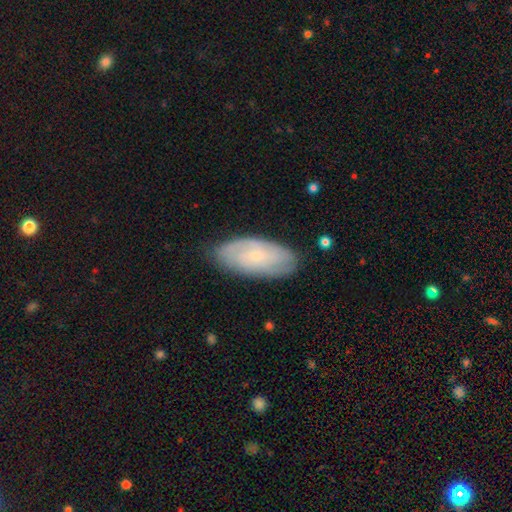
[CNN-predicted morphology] A featured or disk galaxy (56%) with no bar (71%), spiral arms (81%) and a small central bulge (78%).

Vote fractions:
- Smooth or featured? featured or disk: 56% / smooth: 37% / star or artifact: 6%
- Edge-on disk? no: 91% / yes: 9%
- Bar? no: 71% / weak: 25% / strong: 4%
- Spiral arms? yes: 81% / no: 19%
- Bulge size? small: 78% / moderate: 17% / none: 3% / large: 1% / dominant: 1%
- Merging? none: 80% / minor disturbance: 16% / major disturbance: 3% / merger: 1%